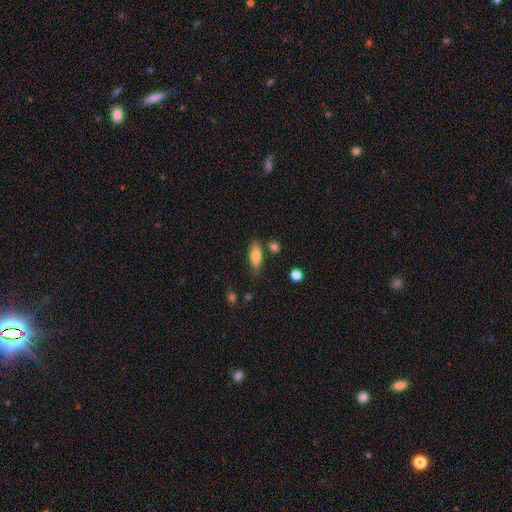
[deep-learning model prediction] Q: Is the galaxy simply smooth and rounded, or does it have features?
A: smooth — 78%.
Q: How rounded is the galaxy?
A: in between — 69%.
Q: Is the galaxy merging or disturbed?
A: none — 75%.